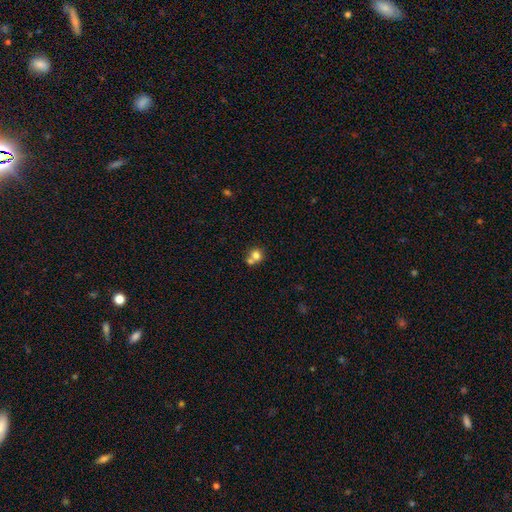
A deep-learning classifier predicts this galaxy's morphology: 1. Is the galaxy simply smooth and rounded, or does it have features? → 76% smooth, 12% featured or disk, 11% star or artifact.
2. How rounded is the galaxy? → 84% round, 15% in between, 1% cigar-shaped.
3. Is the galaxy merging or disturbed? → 46% merger, 44% none, 7% minor disturbance, 3% major disturbance.